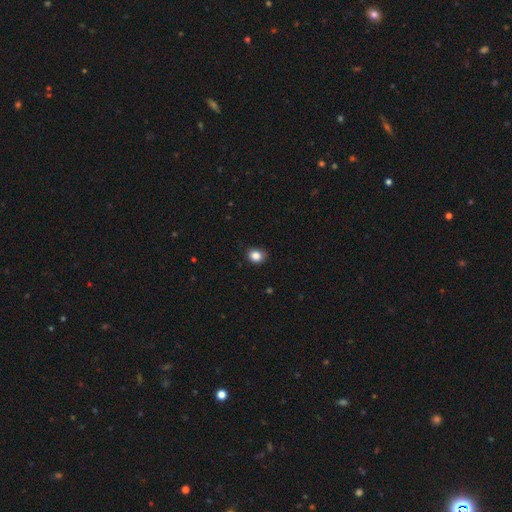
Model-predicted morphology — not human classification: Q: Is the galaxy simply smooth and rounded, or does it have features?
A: smooth — 85%.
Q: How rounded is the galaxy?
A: round — 67%.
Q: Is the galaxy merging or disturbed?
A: none — 83%.